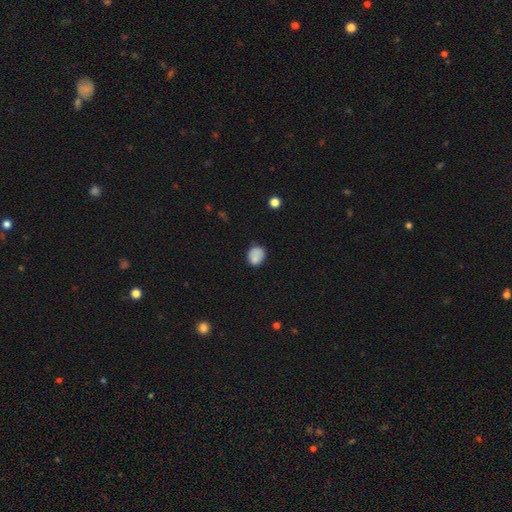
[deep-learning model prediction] Smooth or featured? Predicted: smooth (p=0.81). How rounded? Predicted: round (p=0.66). Merging? Predicted: none (p=0.66).